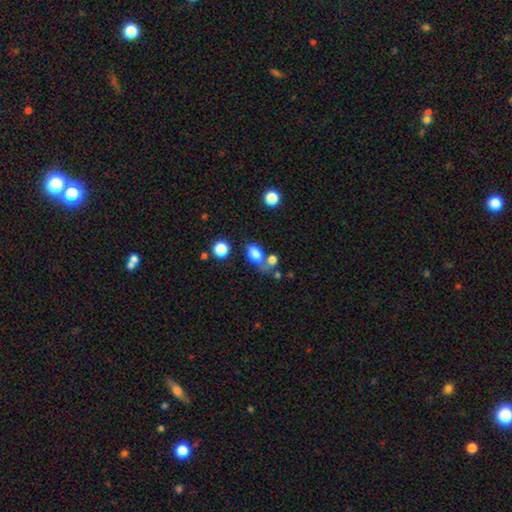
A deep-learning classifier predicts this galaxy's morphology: Smooth or featured? smooth (80%)
How rounded? in between (78%)
Merging? none (43%)